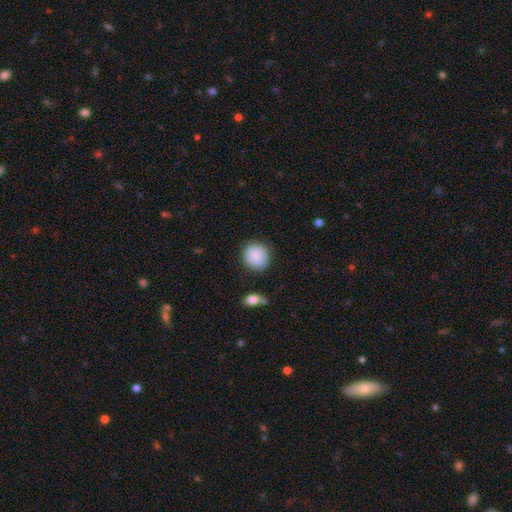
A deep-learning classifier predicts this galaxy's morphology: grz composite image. It shows a smooth galaxy with no disk features (86%) that is round (85%). Merging: none (83%).